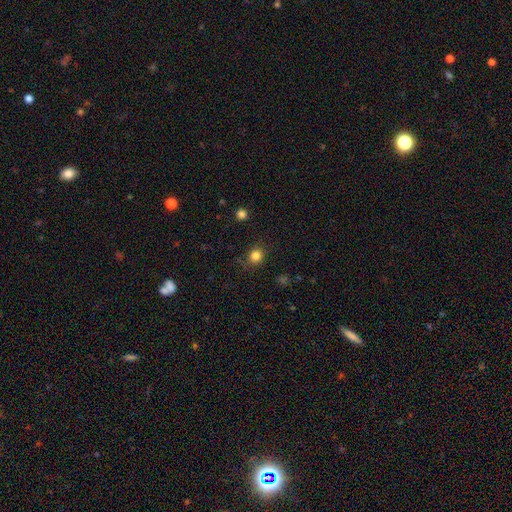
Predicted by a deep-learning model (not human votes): Overall: smooth (82%). How rounded: round (84%). Merging: none (84%).